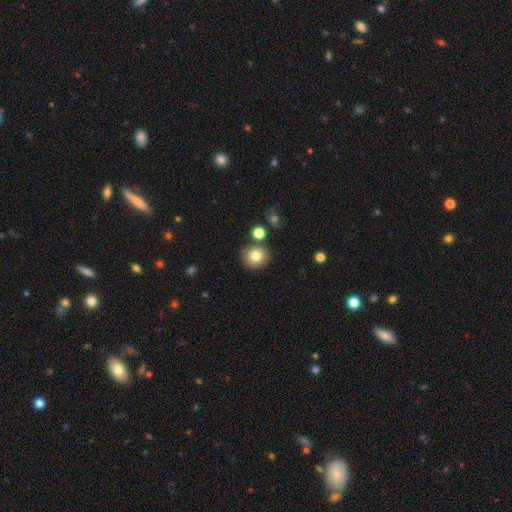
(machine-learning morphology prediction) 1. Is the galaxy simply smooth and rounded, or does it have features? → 81% smooth, 10% star or artifact, 9% featured or disk.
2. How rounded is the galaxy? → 87% round, 12% in between, 1% cigar-shaped.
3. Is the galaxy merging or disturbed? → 80% none, 10% minor disturbance, 8% merger, 3% major disturbance.